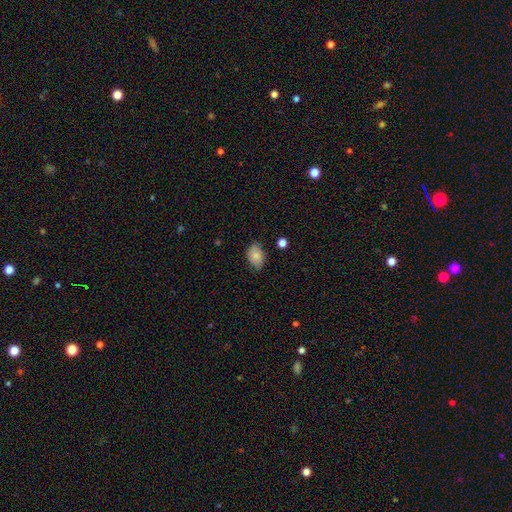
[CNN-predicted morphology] smooth-or-featured: smooth: 78% | featured or disk: 14% | star or artifact: 8%
  how-rounded: in between: 85% | round: 14% | cigar-shaped: 1%
  merging: none: 72% | minor disturbance: 22% | major disturbance: 4% | merger: 2%